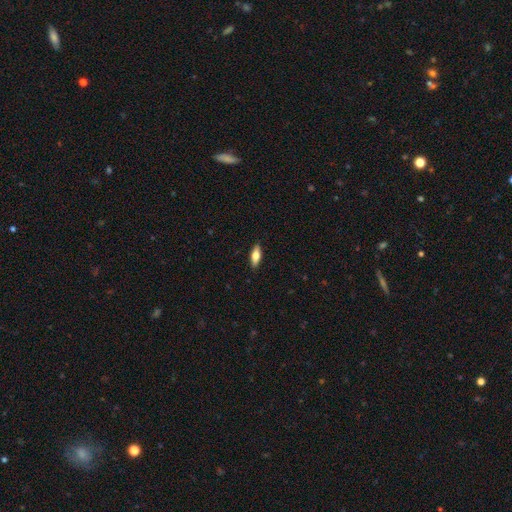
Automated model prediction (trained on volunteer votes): Morphology: type=smooth (63%); roundness=in between (69%); merging=none (89%).